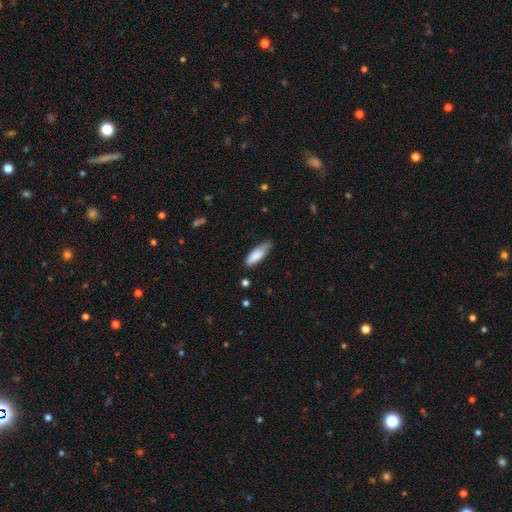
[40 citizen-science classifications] A smooth galaxy with no disk features (82%) that is in between round and cigar-shaped (61%). Merging: none (46%).